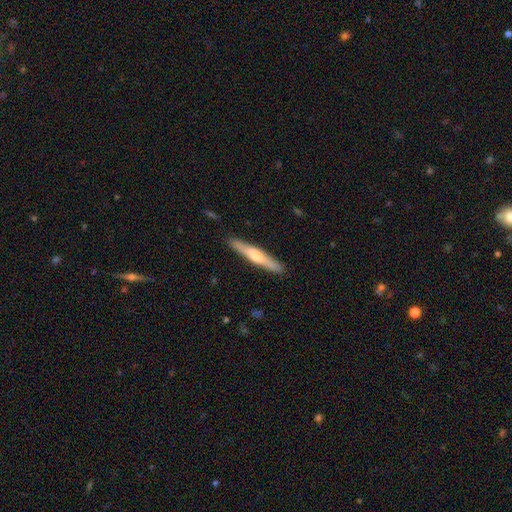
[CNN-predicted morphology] The model was most divided on "smooth or featured": featured or disk: 54%, smooth: 41%, star or artifact: 5%. More confident: edge-on disk — yes (96%); merging — none (89%); edge-on bulge — rounded (76%).